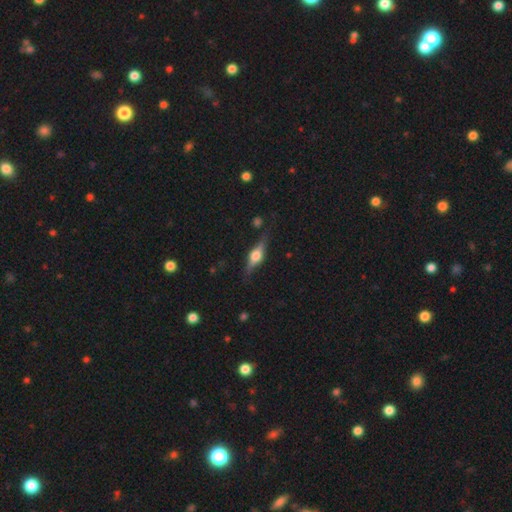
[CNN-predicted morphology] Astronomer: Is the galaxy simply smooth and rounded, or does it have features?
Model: featured or disk — 67%.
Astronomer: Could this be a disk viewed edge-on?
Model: yes — 95%.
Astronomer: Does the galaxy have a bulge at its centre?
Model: rounded — 94%.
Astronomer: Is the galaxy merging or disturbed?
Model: none — 81%.